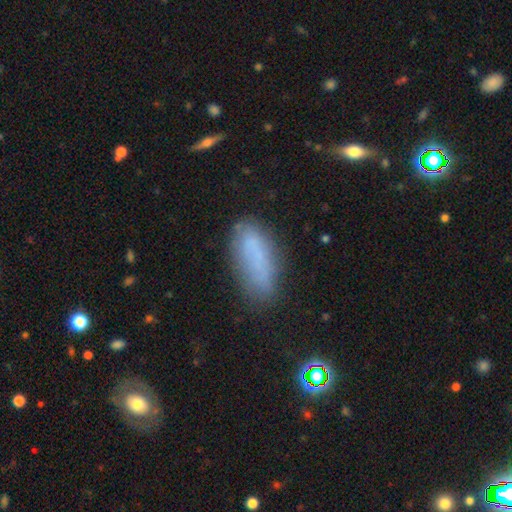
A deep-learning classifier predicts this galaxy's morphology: A smooth galaxy with no disk features (69%) that is in between round and cigar-shaped (71%).

Vote fractions:
- Smooth or featured? smooth: 69% / featured or disk: 20% / star or artifact: 11%
- How rounded? in between: 71% / cigar-shaped: 26% / round: 3%
- Merging? none: 62% / minor disturbance: 24% / major disturbance: 9% / merger: 4%